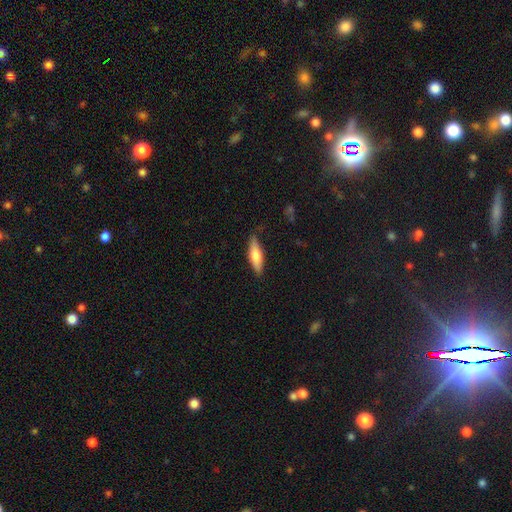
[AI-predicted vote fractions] Smooth or featured: smooth — 70% (featured or disk — 24%)
How rounded: cigar-shaped — 52% (in between — 46%)
Merging: none — 75% (minor disturbance — 19%)